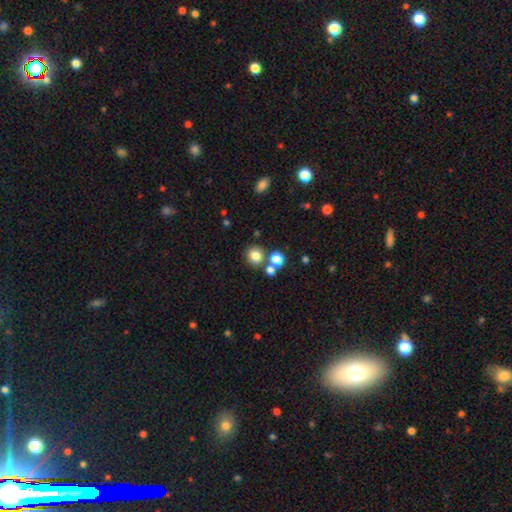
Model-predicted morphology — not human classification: Smooth or featured?
  - smooth: 79% *
  - star or artifact: 14%
  - featured or disk: 7%
How rounded?
  - round: 86% *
  - in between: 13%
  - cigar-shaped: 1%
Merging?
  - none: 71% *
  - merger: 17%
  - minor disturbance: 8%
  - major disturbance: 3%